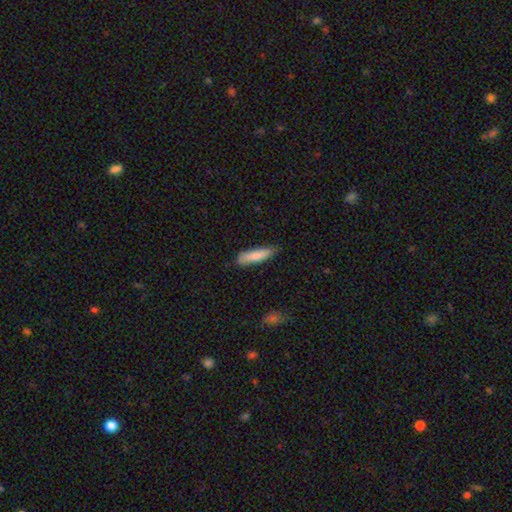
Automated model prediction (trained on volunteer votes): This appears to be a smooth galaxy with no disk features (82%) that is cigar-shaped (75%). Merging: none (78%).